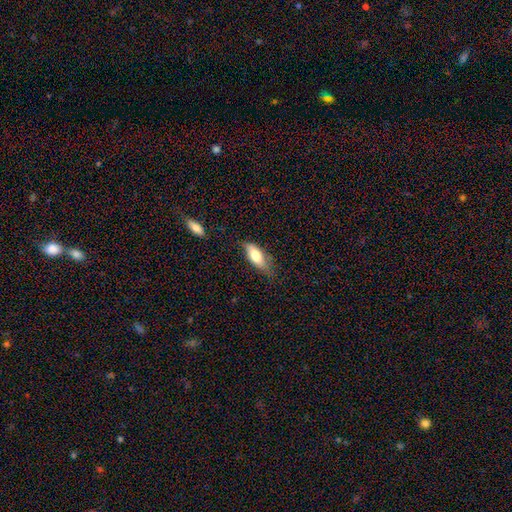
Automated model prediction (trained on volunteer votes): A smooth galaxy with no disk features (69%) that is in between round and cigar-shaped (75%).

Vote fractions:
- Smooth or featured? smooth: 69% / featured or disk: 25% / star or artifact: 6%
- How rounded? in between: 75% / cigar-shaped: 22% / round: 3%
- Merging? none: 60% / minor disturbance: 30% / major disturbance: 8% / merger: 2%